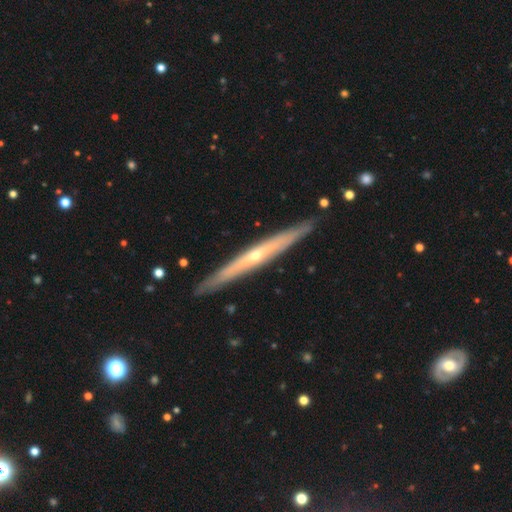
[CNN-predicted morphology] smooth_or_featured: featured or disk (p=0.74) [alt: smooth p=0.21]
disk_edge_on: yes (p=0.95) [alt: no p=0.05]
edge_on_bulge: rounded (p=0.67) [alt: none p=0.31]
merging: none (p=0.90) [alt: minor disturbance p=0.08]